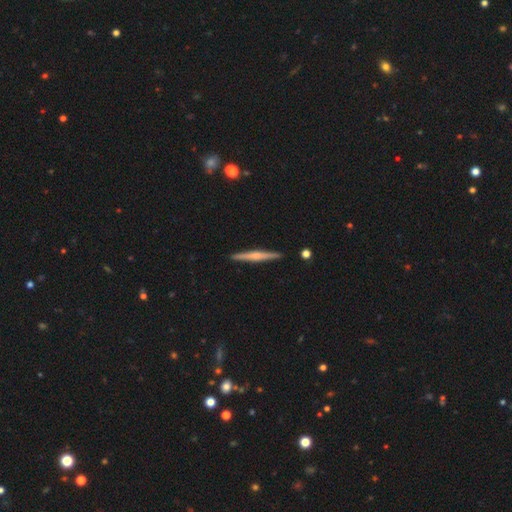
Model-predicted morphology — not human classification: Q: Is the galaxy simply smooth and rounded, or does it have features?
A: featured or disk — 68%.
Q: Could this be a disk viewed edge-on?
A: yes — 98%.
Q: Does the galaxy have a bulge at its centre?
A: rounded — 75%.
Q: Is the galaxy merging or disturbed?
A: none — 92%.